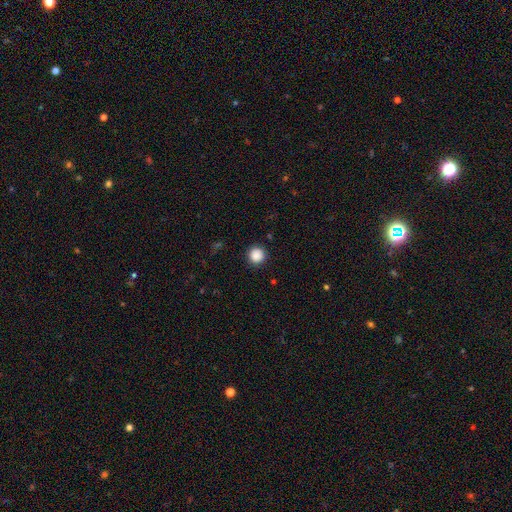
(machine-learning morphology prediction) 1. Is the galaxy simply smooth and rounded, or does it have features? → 88% smooth, 9% star or artifact, 3% featured or disk.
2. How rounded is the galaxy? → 96% round, 3% in between, 1% cigar-shaped.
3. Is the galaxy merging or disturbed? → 91% none, 6% minor disturbance, 2% major disturbance, 1% merger.